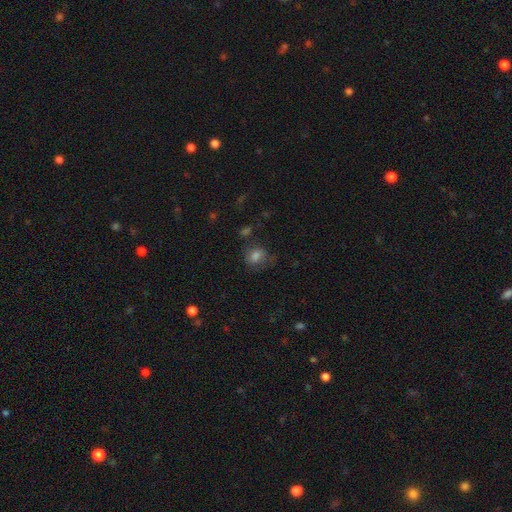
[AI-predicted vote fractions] smooth_or_featured: smooth (p=0.76) [alt: star or artifact p=0.13]
how_rounded: round (p=0.60) [alt: in between p=0.39]
merging: none (p=0.60) [alt: minor disturbance p=0.23]